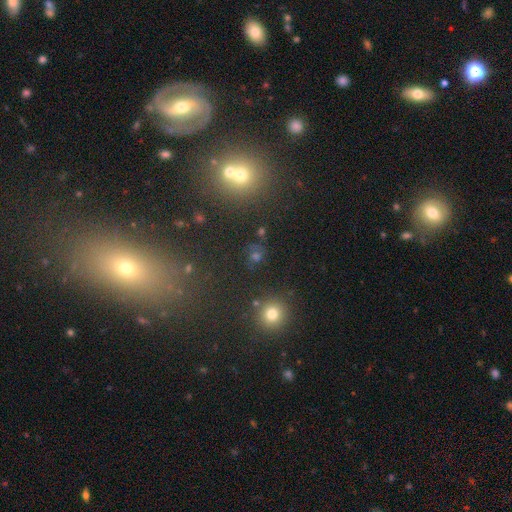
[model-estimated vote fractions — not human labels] Smooth or featured? Predicted: smooth (p=0.54). How rounded? Predicted: round (p=0.77). Merging? Predicted: none (p=0.79).